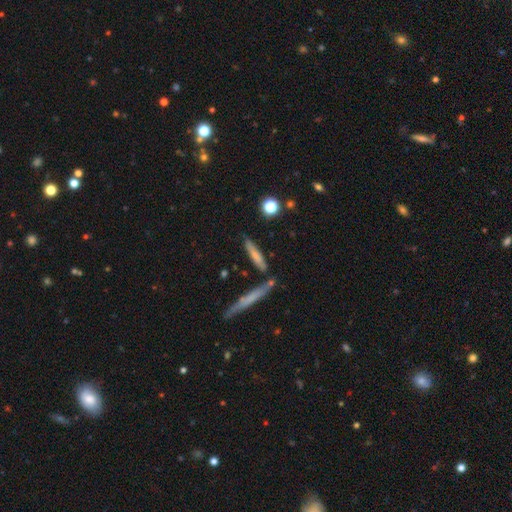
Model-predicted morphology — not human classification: smooth_or_featured: smooth (p=0.65) [alt: featured or disk p=0.27]
how_rounded: cigar-shaped (p=0.85) [alt: in between p=0.12]
merging: none (p=0.71) [alt: minor disturbance p=0.14]